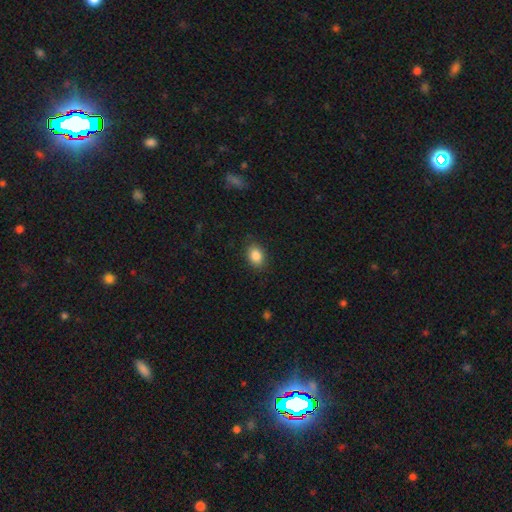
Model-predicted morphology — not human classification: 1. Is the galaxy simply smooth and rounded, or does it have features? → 87% smooth, 9% star or artifact, 5% featured or disk.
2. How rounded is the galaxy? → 68% in between, 31% round, 1% cigar-shaped.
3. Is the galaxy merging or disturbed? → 86% none, 10% minor disturbance, 3% major disturbance, 1% merger.